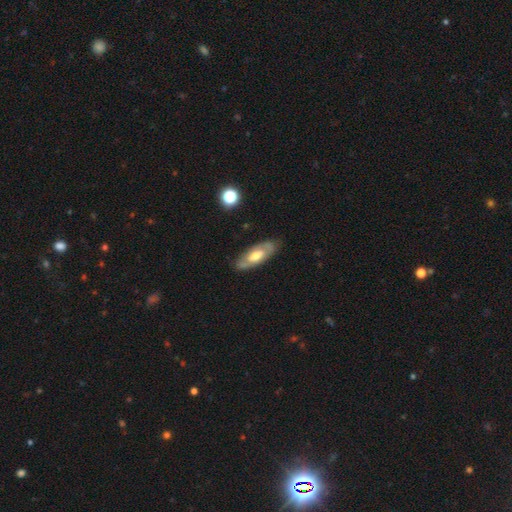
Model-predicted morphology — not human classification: Smooth or featured?
  - featured or disk: 58% *
  - smooth: 36%
  - star or artifact: 6%
Edge-on disk?
  - no: 78% *
  - yes: 22%
Merging?
  - none: 81% *
  - minor disturbance: 14%
  - major disturbance: 3%
  - merger: 1%